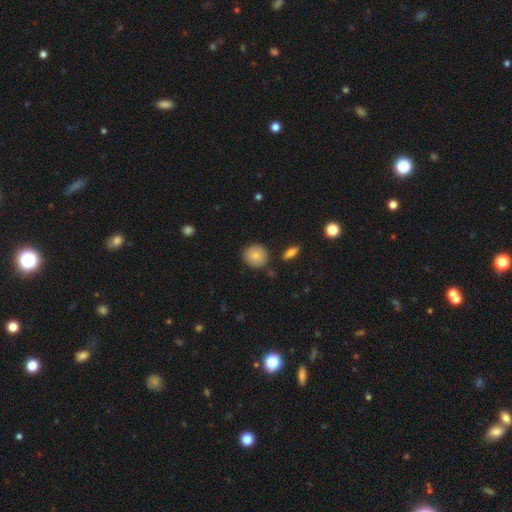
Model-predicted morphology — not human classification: smooth 82%, featured or disk 10%, star or artifact 8%. Down the decision tree: how rounded — round (87%); merging — none (83%).